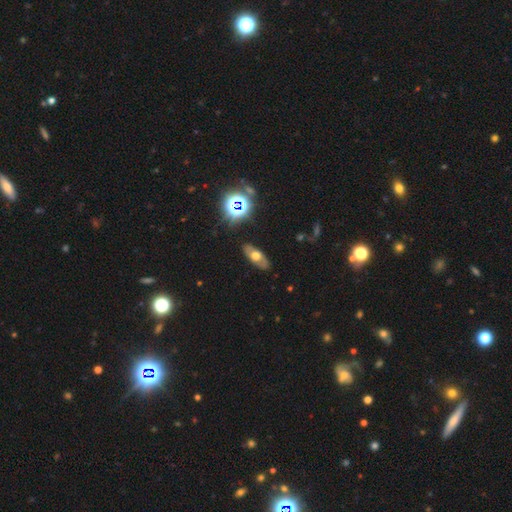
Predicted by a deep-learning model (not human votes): This is possibly a smooth galaxy (46%). Merging: clearly none (83%).